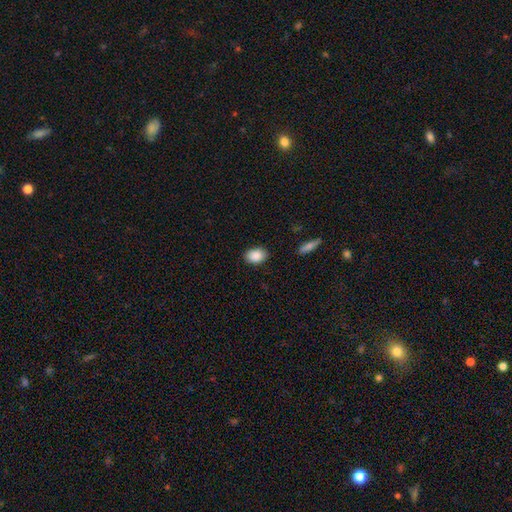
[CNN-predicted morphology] A smooth galaxy with no disk features (89%) that is in between round and cigar-shaped (78%).

Vote fractions:
- Smooth or featured? smooth: 89% / star or artifact: 7% / featured or disk: 4%
- How rounded? in between: 78% / round: 21% / cigar-shaped: 1%
- Merging? none: 86% / minor disturbance: 10% / major disturbance: 2% / merger: 1%